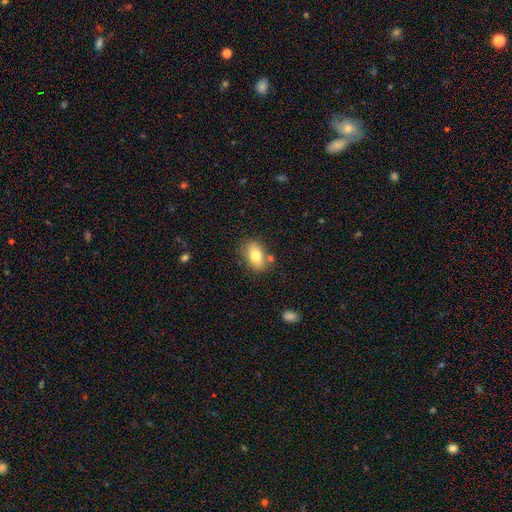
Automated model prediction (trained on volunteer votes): Smooth or featured?
  - smooth: 77% *
  - featured or disk: 15%
  - star or artifact: 8%
How rounded?
  - in between: 88% *
  - round: 9%
  - cigar-shaped: 3%
Merging?
  - none: 73% *
  - minor disturbance: 14%
  - merger: 9%
  - major disturbance: 4%